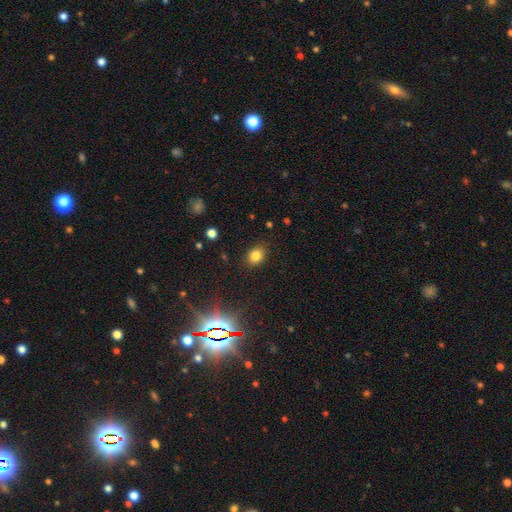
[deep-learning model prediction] This appears to be a smooth galaxy with no disk features (79%) that is in between round and cigar-shaped (51%). Merging: none (85%).